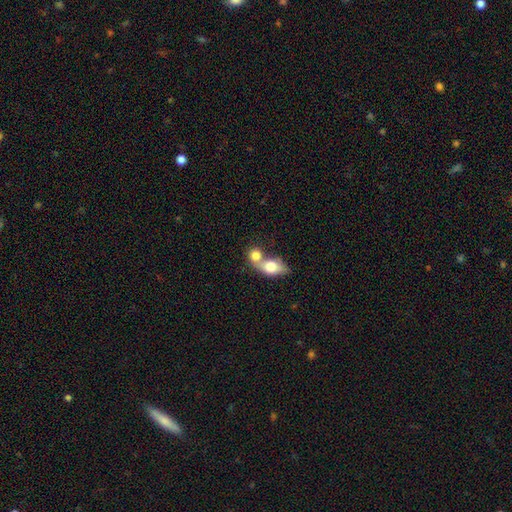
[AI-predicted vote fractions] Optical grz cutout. It shows a smooth galaxy with no disk features (77%) that is in between round and cigar-shaped (51%). Merging: merger (69%).